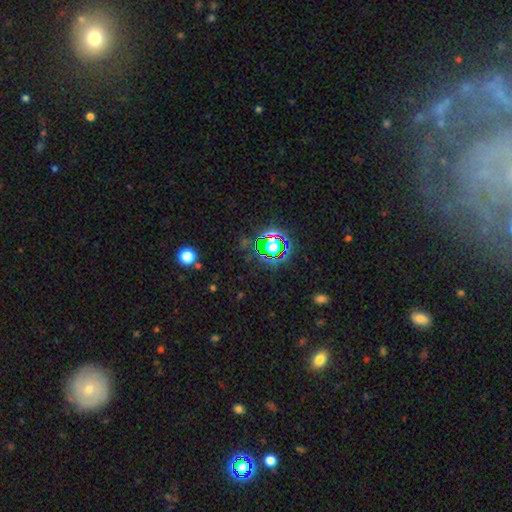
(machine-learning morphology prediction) Smooth or featured: star or artifact — 78% (smooth — 13%)